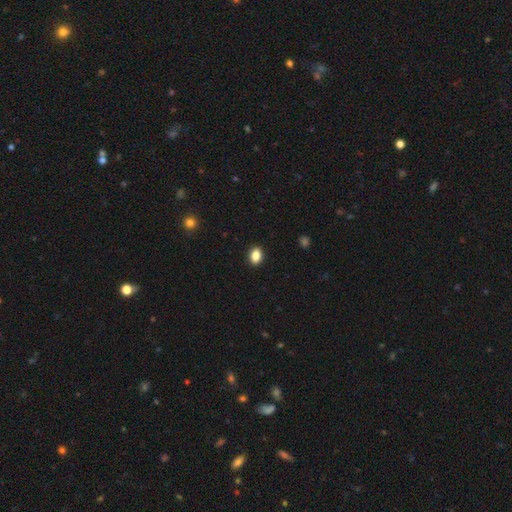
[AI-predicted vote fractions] Morphology: type=smooth (86%); roundness=in between (76%); merging=none (91%).